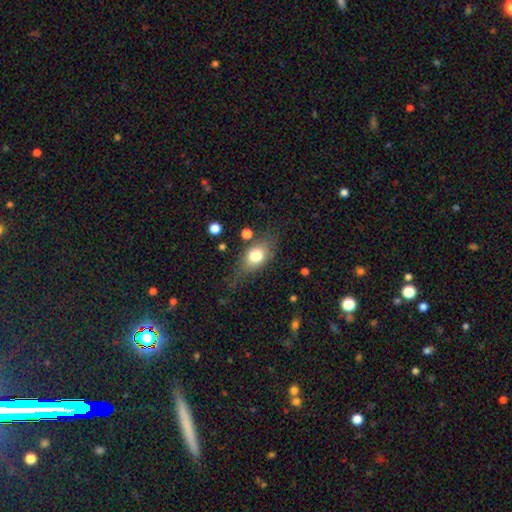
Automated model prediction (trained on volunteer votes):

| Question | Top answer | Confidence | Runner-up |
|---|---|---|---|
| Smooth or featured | smooth | 73% | featured or disk (18%) |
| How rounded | in between | 72% | round (23%) |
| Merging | none | 64% | minor disturbance (22%) |